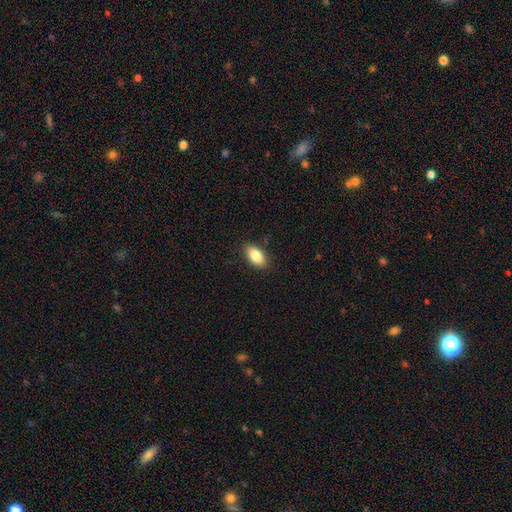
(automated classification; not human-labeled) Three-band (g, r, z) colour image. It shows a smooth galaxy with no disk features (85%) that is in between round and cigar-shaped (91%). Merging: none (87%).